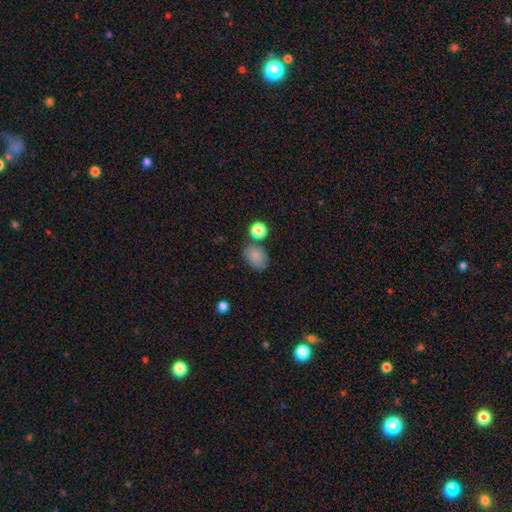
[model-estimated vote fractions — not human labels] Morphology: type=smooth (84%); roundness=in between (73%); merging=none (67%).